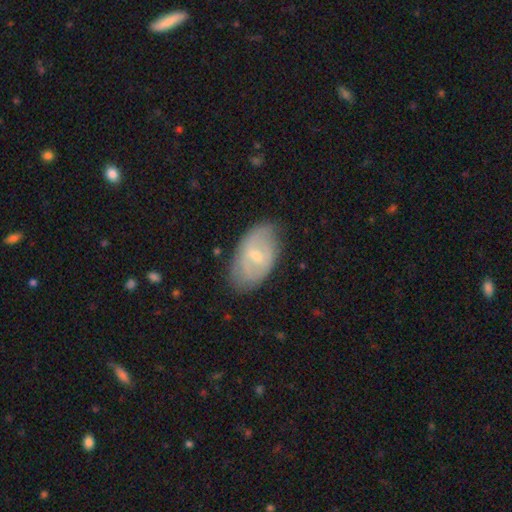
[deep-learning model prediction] Smooth or featured? featured or disk (54%)
Edge-on disk? no (92%)
Merging? none (74%)